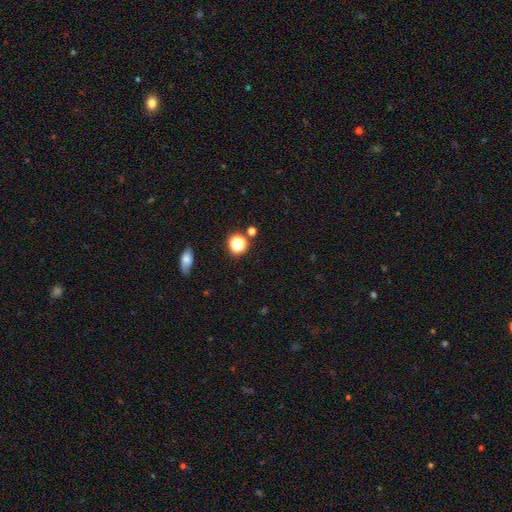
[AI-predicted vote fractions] star or artifact 54%, smooth 38%, featured or disk 9%.